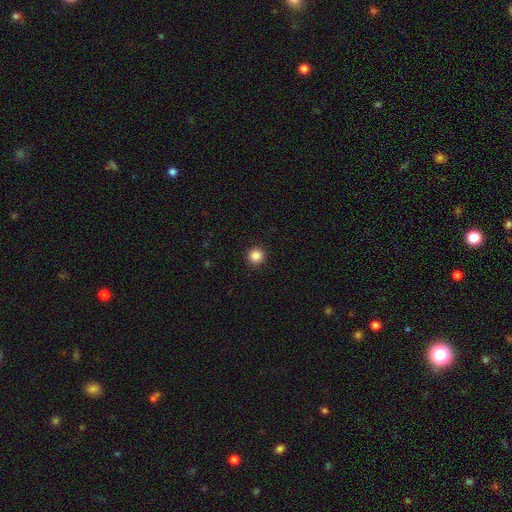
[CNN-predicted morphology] Smooth or featured? Predicted: smooth (p=0.87). How rounded? Predicted: round (p=0.96). Merging? Predicted: none (p=0.93).